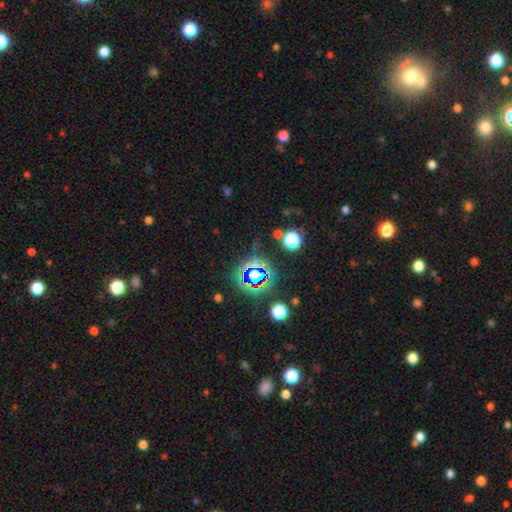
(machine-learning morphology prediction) smooth-or-featured: star or artifact: 76% | smooth: 15% | featured or disk: 8%